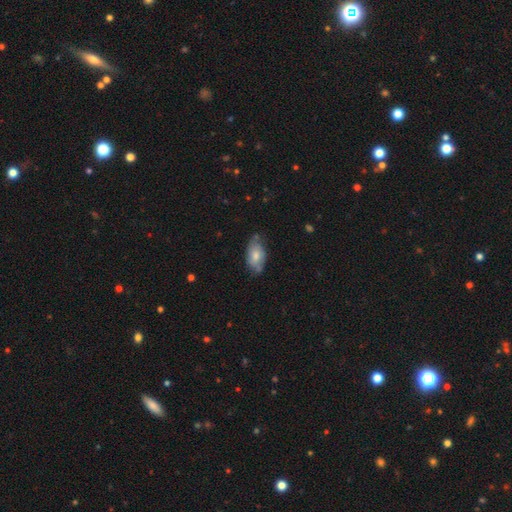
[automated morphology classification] Smooth or featured? smooth (64%)
How rounded? in between (92%)
Merging? none (57%)